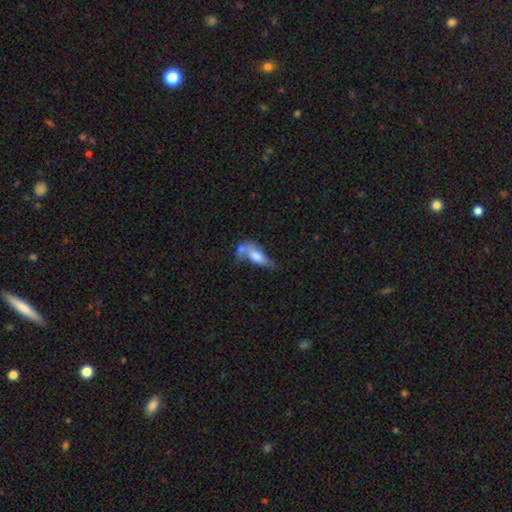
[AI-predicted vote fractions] The model was most divided on "merging": merger: 36%, none: 26%, major disturbance: 20%, minor disturbance: 18%. More confident: how rounded — in between (71%); smooth or featured — smooth (56%).